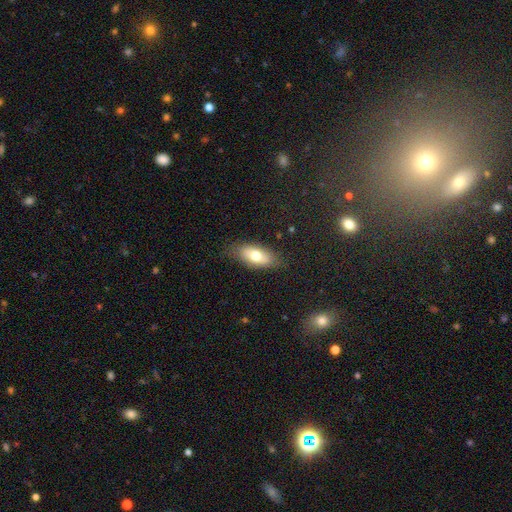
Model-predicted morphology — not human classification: The model was most divided on "smooth or featured": smooth: 71%, featured or disk: 22%, star or artifact: 7%. More confident: how rounded — in between (85%); merging — none (80%).